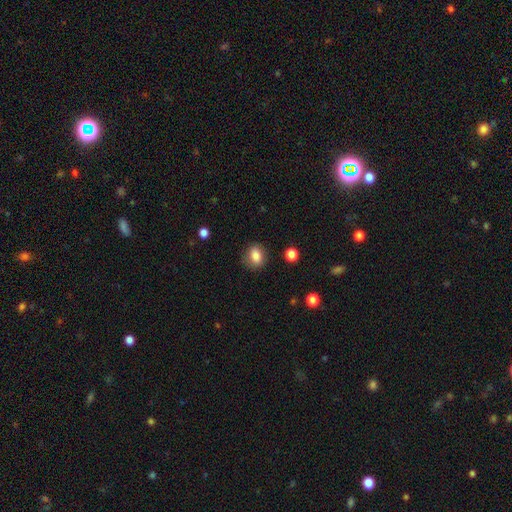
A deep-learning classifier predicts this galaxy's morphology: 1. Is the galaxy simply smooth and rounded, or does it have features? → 84% smooth, 9% star or artifact, 7% featured or disk.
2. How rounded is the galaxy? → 61% in between, 37% round, 2% cigar-shaped.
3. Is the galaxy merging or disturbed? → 82% none, 13% minor disturbance, 4% major disturbance, 1% merger.